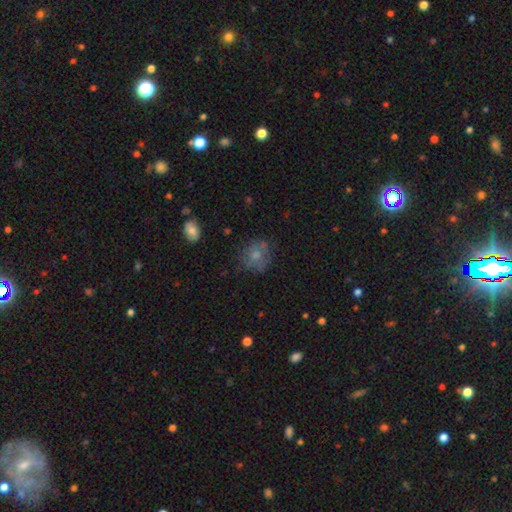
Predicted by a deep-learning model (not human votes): smooth_or_featured: smooth (p=0.60) [alt: featured or disk p=0.29]
how_rounded: round (p=0.72) [alt: in between p=0.27]
merging: none (p=0.58) [alt: minor disturbance p=0.24]